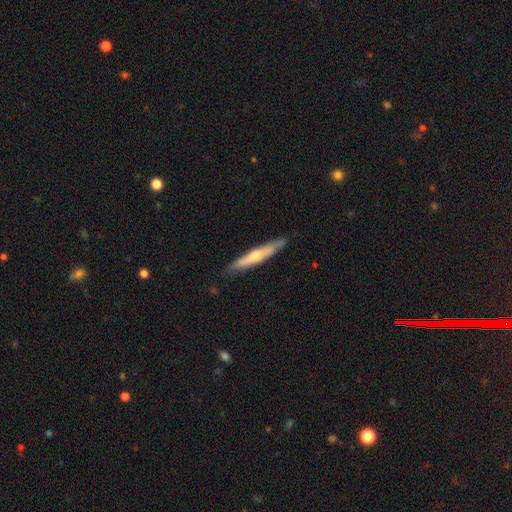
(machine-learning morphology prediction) Overall: featured or disk (51%; smooth 44%). Edge-on disk: yes (90%). Merging: none (84%).